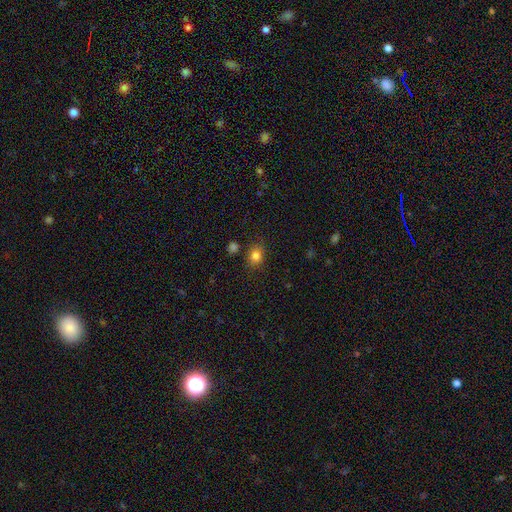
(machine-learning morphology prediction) Overall: smooth (83%). How rounded: round (57%; in between 42%). Merging: none (80%).